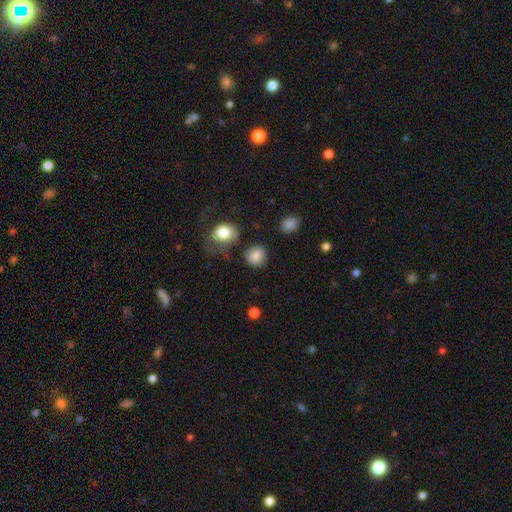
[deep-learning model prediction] Smooth or featured: smooth — 84% (star or artifact — 9%)
How rounded: round — 84% (in between — 15%)
Merging: none — 80% (minor disturbance — 12%)